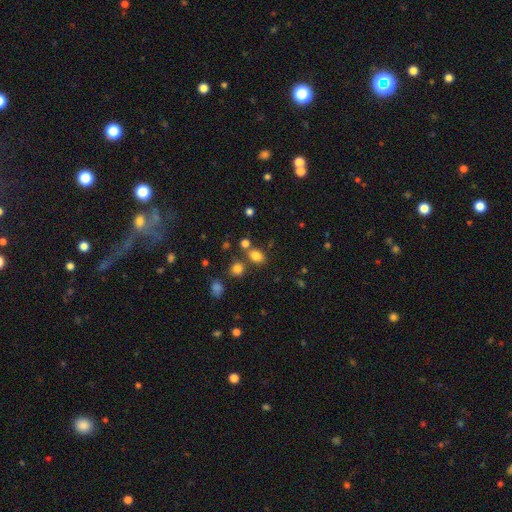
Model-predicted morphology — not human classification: smooth 80%, star or artifact 15%, featured or disk 6%. Down the decision tree: how rounded — in between (60%); merging — none (69%).